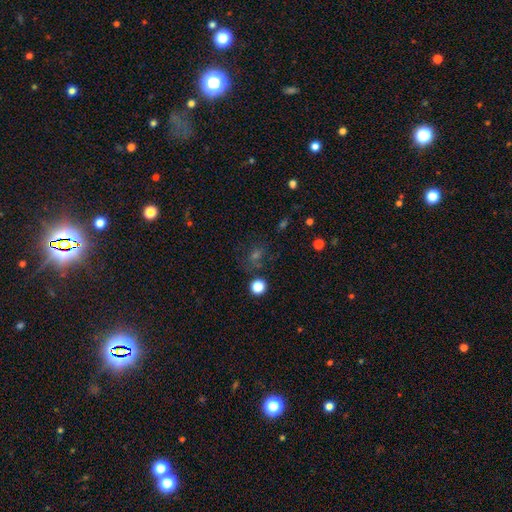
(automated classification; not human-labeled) A star or artifact, not a galaxy (43%).

Vote fractions:
- Smooth or featured? star or artifact: 43% / smooth: 38% / featured or disk: 19%